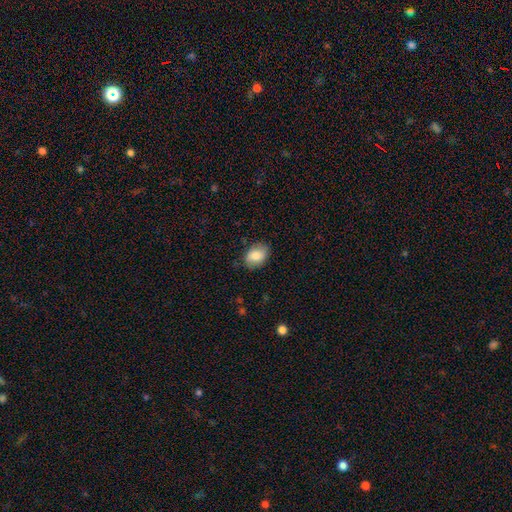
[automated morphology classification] smooth_or_featured: smooth (p=0.84) [alt: featured or disk p=0.09]
how_rounded: in between (p=0.79) [alt: round p=0.19]
merging: none (p=0.81) [alt: minor disturbance p=0.15]